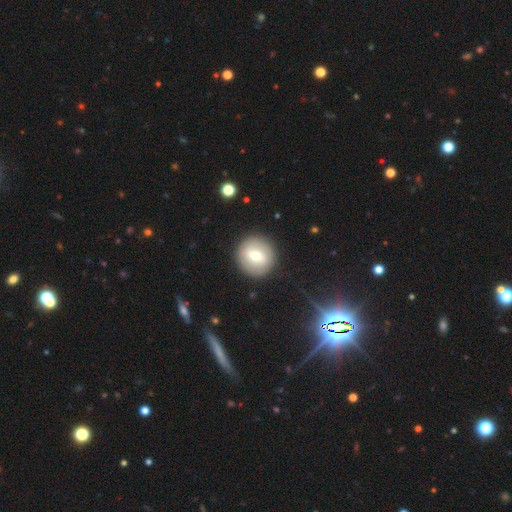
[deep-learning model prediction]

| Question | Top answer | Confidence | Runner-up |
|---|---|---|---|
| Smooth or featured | smooth | 66% | featured or disk (26%) |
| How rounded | round | 93% | in between (6%) |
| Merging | none | 89% | minor disturbance (7%) |